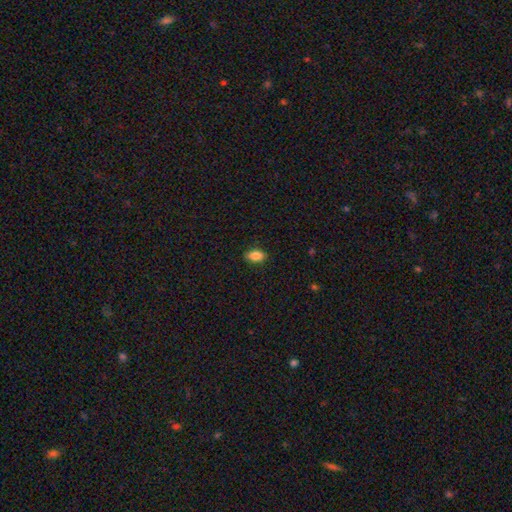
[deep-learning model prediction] Q: Smooth or featured?
A: smooth (86%); runner-up: star or artifact (8%)
Q: How rounded?
A: in between (89%); runner-up: round (7%)
Q: Merging?
A: none (88%); runner-up: minor disturbance (9%)